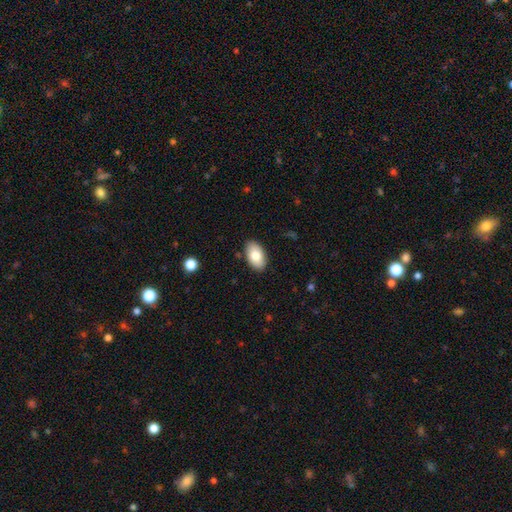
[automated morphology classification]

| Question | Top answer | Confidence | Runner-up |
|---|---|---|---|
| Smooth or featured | smooth | 80% | featured or disk (13%) |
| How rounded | in between | 94% | round (4%) |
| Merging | none | 88% | minor disturbance (9%) |